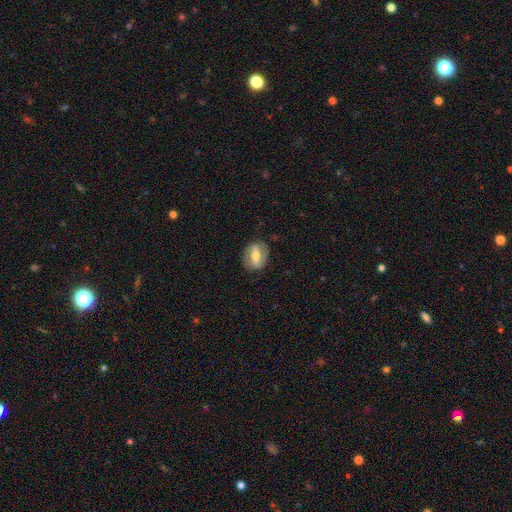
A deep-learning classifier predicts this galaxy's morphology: type=featured or disk (64%); edge-on=no (91%); bar=strong (59%); spiral arms=yes (64%); bulge=moderate (67%); merging=none (79%).